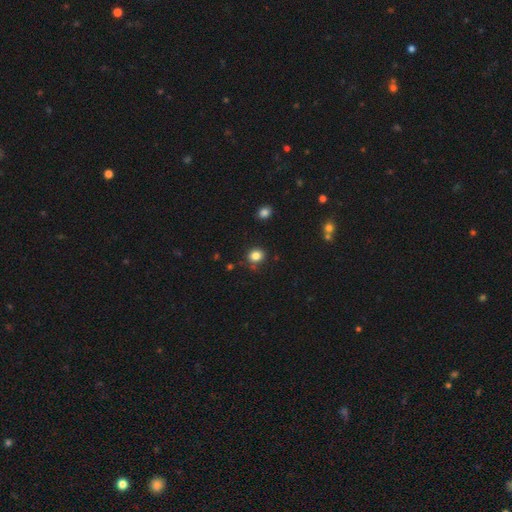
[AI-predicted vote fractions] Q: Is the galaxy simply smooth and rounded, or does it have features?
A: smooth — 83%.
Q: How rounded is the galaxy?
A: round — 76%.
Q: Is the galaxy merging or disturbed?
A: none — 83%.